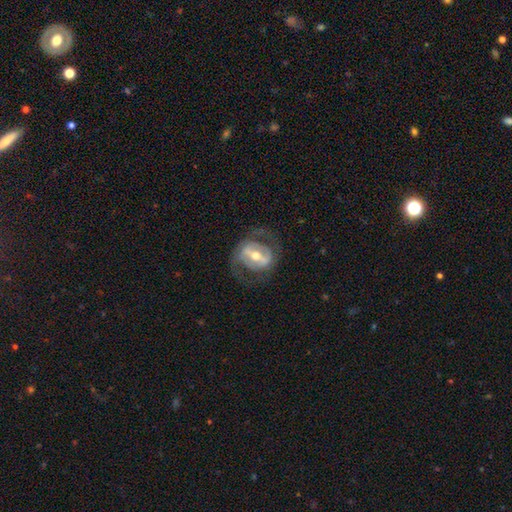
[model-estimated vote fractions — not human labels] A featured or disk galaxy (76%) with a strong bar (59%), spiral arms (54%) and a moderate central bulge (67%).

Vote fractions:
- Smooth or featured? featured or disk: 76% / smooth: 18% / star or artifact: 6%
- Edge-on disk? no: 92% / yes: 8%
- Bar? strong: 59% / weak: 27% / no: 14%
- Spiral arms? yes: 54% / no: 46%
- Bulge size? moderate: 67% / small: 25% / large: 6% / none: 1% / dominant: 1%
- Merging? none: 68% / major disturbance: 16% / minor disturbance: 15% / merger: 1%